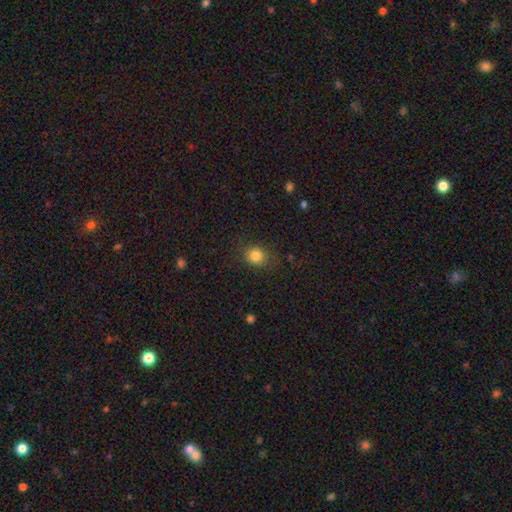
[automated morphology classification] Overall: smooth (83%). How rounded: round (74%). Merging: none (83%).